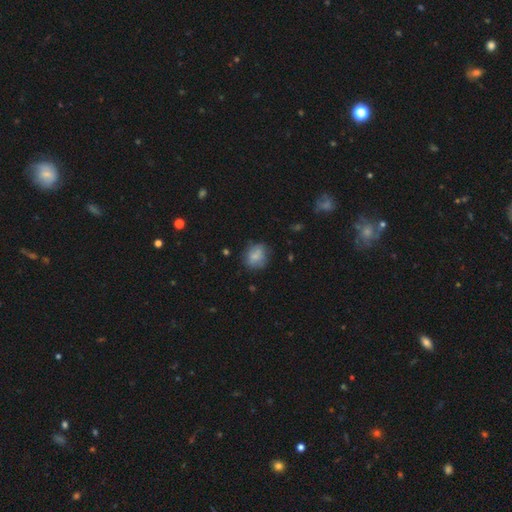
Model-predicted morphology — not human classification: smooth 72%, featured or disk 19%, star or artifact 10%. Down the decision tree: how rounded — round (70%); merging — none (65%).